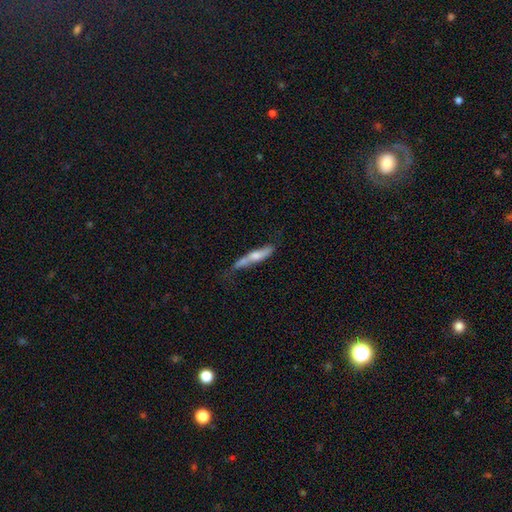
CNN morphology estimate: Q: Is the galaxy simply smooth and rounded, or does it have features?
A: featured or disk — 57%.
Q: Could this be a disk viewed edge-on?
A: yes — 71%.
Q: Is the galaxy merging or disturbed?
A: none — 50%.